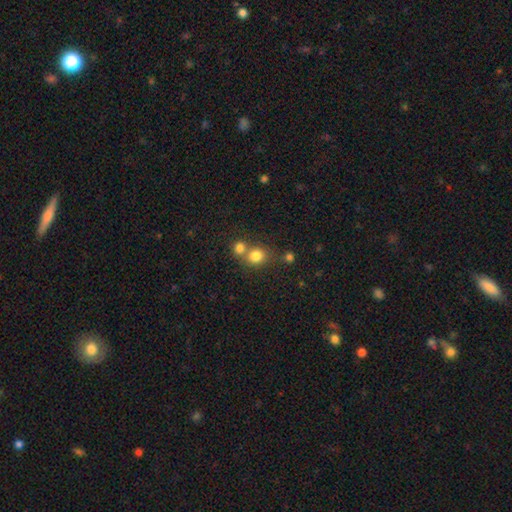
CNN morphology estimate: Smooth or featured: smooth — 80% (star or artifact — 12%)
How rounded: round — 79% (in between — 20%)
Merging: none — 48% (merger — 41%)